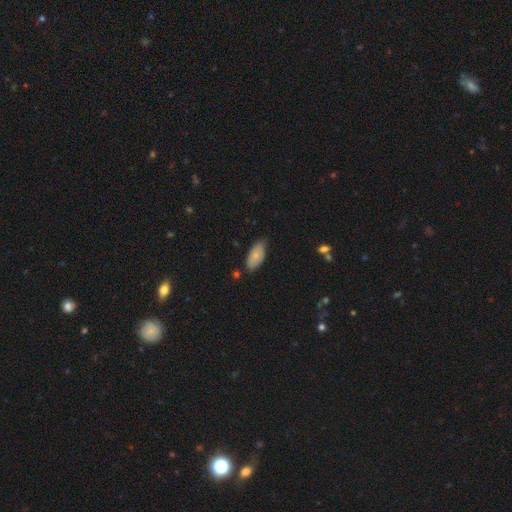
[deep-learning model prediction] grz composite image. It shows a smooth galaxy with no disk features (73%) that is in between round and cigar-shaped (92%). Merging: none (68%).